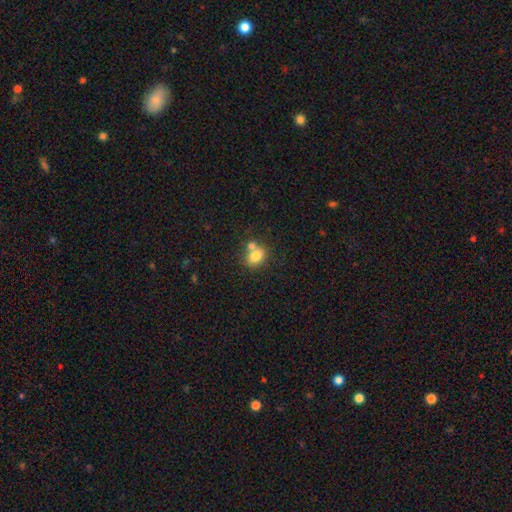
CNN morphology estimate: A smooth galaxy with no disk features (78%) that is in between round and cigar-shaped (61%). Merging: none (48%).